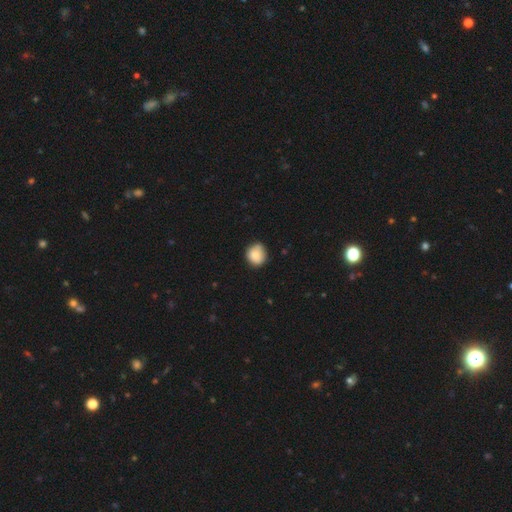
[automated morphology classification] The model was most divided on "merging": none: 75%, minor disturbance: 21%, major disturbance: 3%, merger: 1%. More confident: smooth or featured — smooth (84%); how rounded — round (83%).